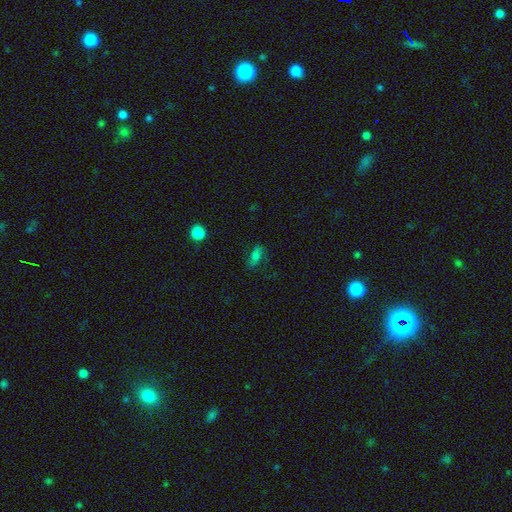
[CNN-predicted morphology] Smooth or featured? smooth (58%)
How rounded? in between (77%)
Merging? none (72%)